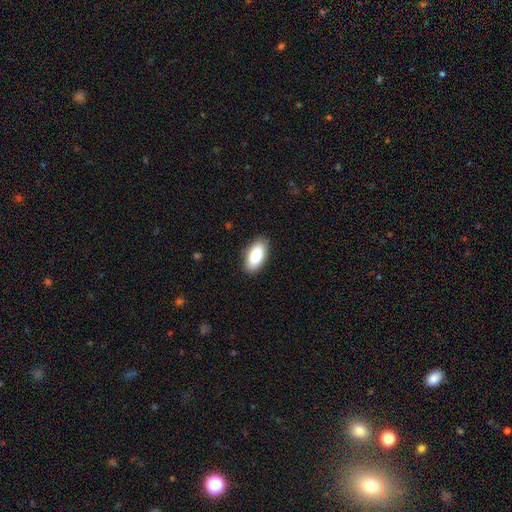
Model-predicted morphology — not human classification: Smooth or featured?
  - smooth: 86% *
  - featured or disk: 8%
  - star or artifact: 6%
How rounded?
  - in between: 92% *
  - cigar-shaped: 6%
  - round: 2%
Merging?
  - none: 88% *
  - minor disturbance: 9%
  - major disturbance: 2%
  - merger: 1%